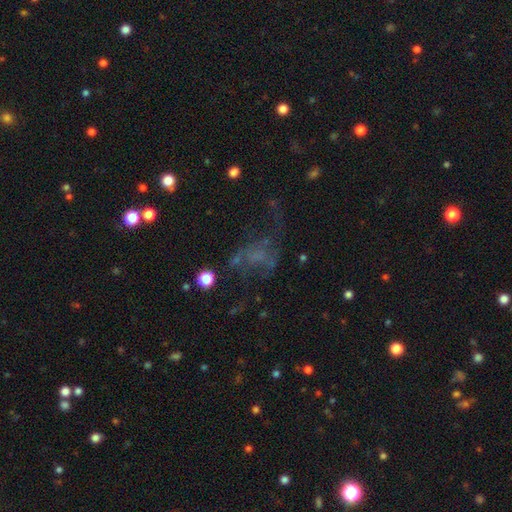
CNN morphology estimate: This is marginally a featured or disk galaxy (43%). Merging: marginally major disturbance (42%).